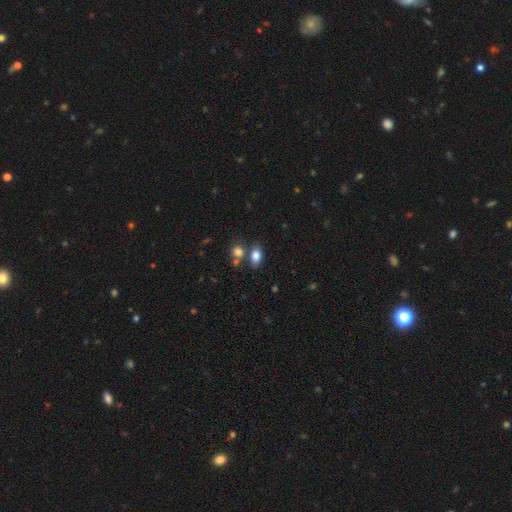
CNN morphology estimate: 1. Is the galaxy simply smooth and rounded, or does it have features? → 83% smooth, 10% star or artifact, 8% featured or disk.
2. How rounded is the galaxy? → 85% in between, 13% round, 2% cigar-shaped.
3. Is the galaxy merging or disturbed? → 64% none, 19% merger, 12% minor disturbance, 4% major disturbance.